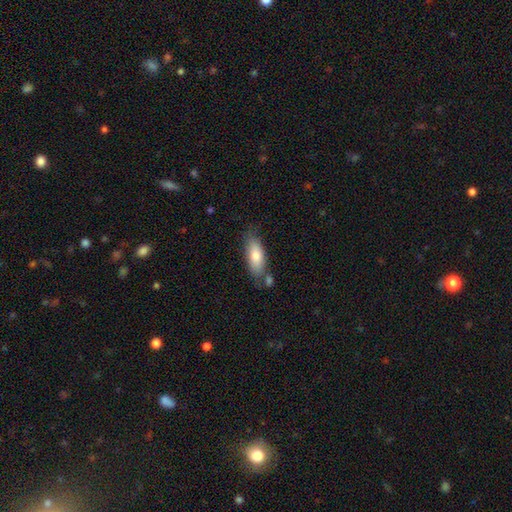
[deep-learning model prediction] This appears to be a smooth galaxy with no disk features (78%) that is in between round and cigar-shaped (73%). Merging: none (69%).